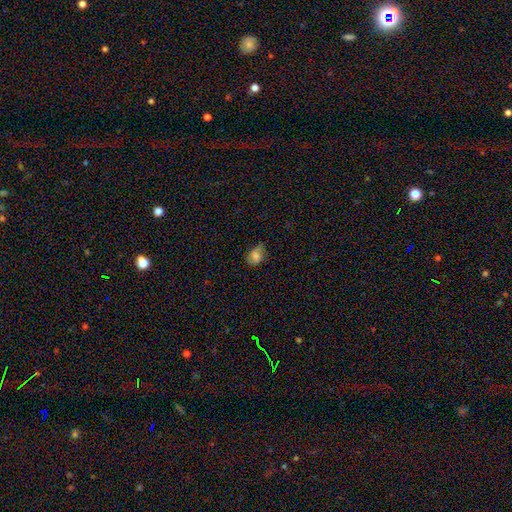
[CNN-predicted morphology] Smooth or featured?
  - smooth: 69% *
  - featured or disk: 20%
  - star or artifact: 11%
How rounded?
  - in between: 68% *
  - round: 30%
  - cigar-shaped: 1%
Merging?
  - none: 58% *
  - minor disturbance: 32%
  - major disturbance: 9%
  - merger: 2%